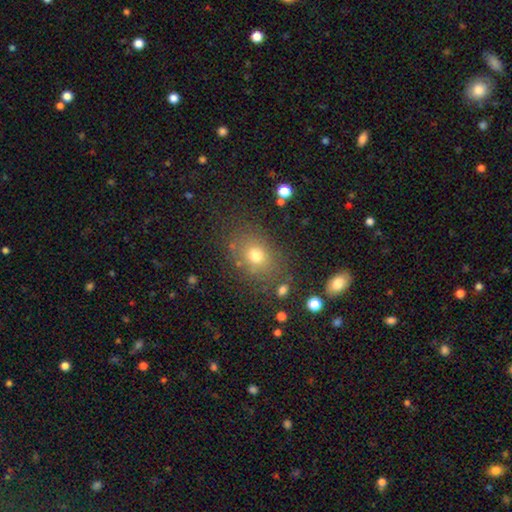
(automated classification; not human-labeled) Smooth or featured?
  - smooth: 71% *
  - star or artifact: 16%
  - featured or disk: 14%
How rounded?
  - in between: 55% *
  - round: 44%
  - cigar-shaped: 1%
Merging?
  - none: 77% *
  - minor disturbance: 13%
  - major disturbance: 6%
  - merger: 3%